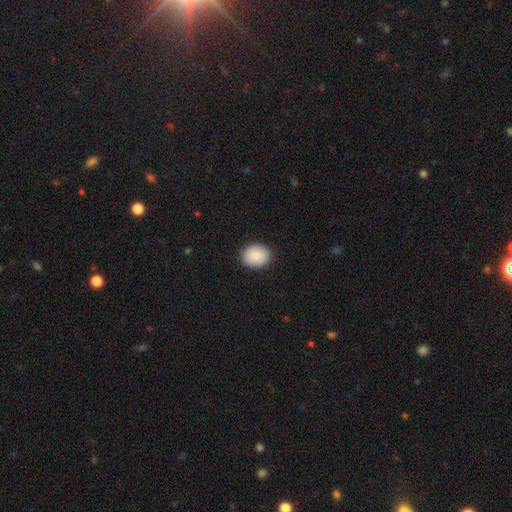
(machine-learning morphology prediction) This appears to be a smooth galaxy with no disk features (86%) that is round (51%). Merging: none (90%).